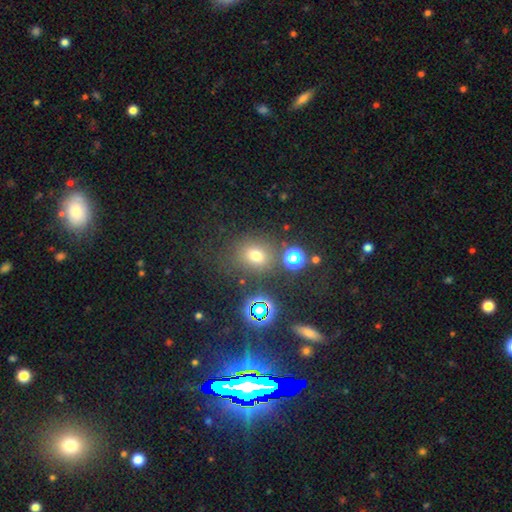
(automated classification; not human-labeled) Overall: smooth (66%). How rounded: round (61%; in between 37%). Merging: none (71%).